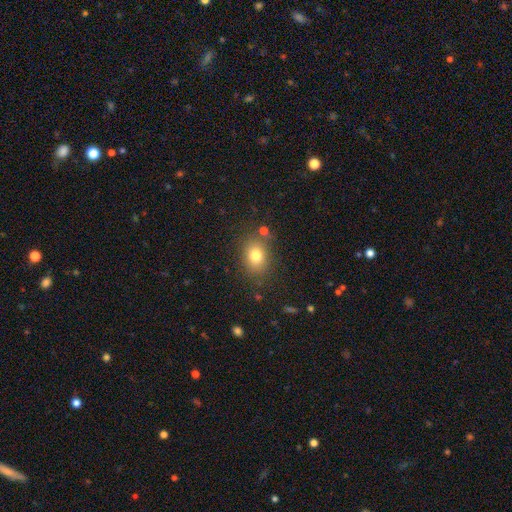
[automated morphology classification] smooth_or_featured: smooth (p=0.79) [alt: star or artifact p=0.12]
how_rounded: in between (p=0.60) [alt: round p=0.39]
merging: none (p=0.80) [alt: minor disturbance p=0.12]